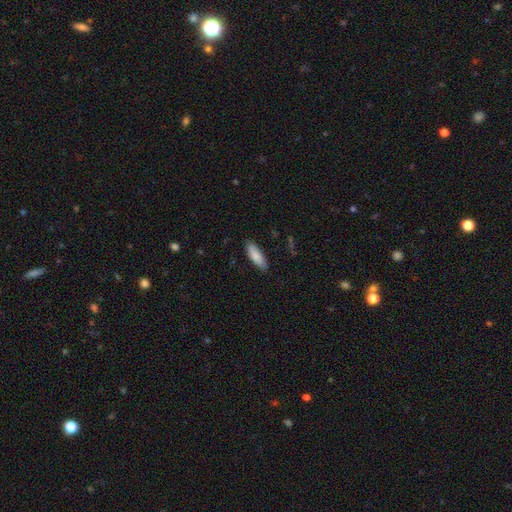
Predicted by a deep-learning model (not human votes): A smooth galaxy with no disk features (86%) that is in between round and cigar-shaped (59%). Merging: none (84%).